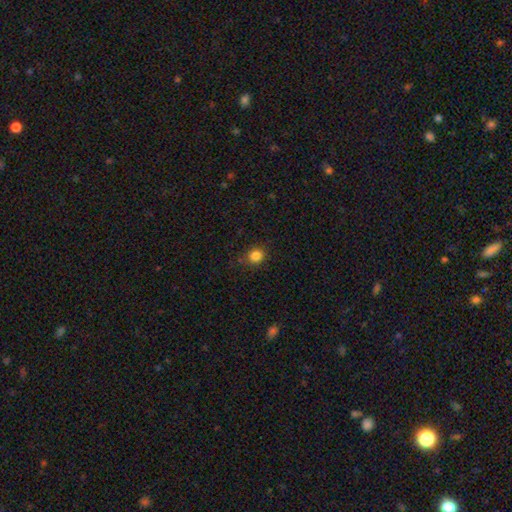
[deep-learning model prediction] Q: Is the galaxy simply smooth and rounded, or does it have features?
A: smooth — 84%.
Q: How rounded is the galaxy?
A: round — 81%.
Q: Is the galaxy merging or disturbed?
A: none — 85%.